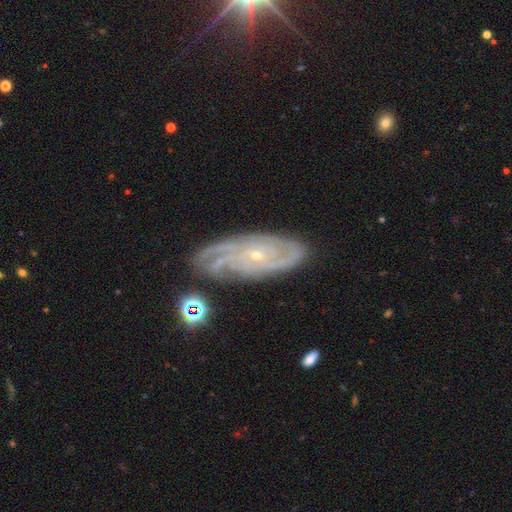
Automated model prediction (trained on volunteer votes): A featured or disk galaxy (86%) with no bar (74%), 3 (25%) tight (67%) spiral arms (97%) and a small central bulge (80%). Merging: none (75%).